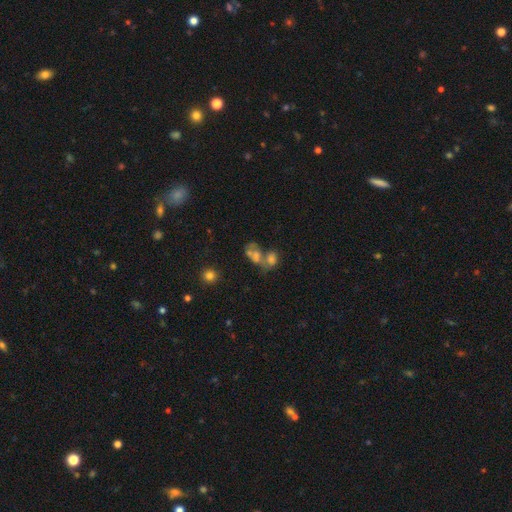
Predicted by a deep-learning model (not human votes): Q: Smooth or featured?
A: smooth (46%); runner-up: featured or disk (31%)
Q: Merging?
A: merger (55%); runner-up: none (26%)